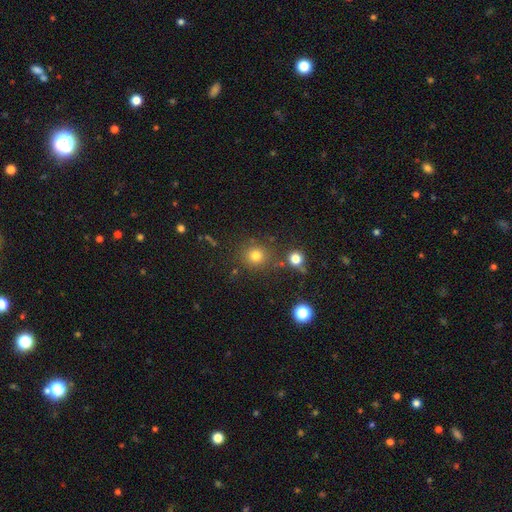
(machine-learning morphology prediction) Q: Smooth or featured?
A: smooth (77%); runner-up: star or artifact (17%)
Q: How rounded?
A: round (90%); runner-up: in between (9%)
Q: Merging?
A: none (81%); runner-up: minor disturbance (9%)